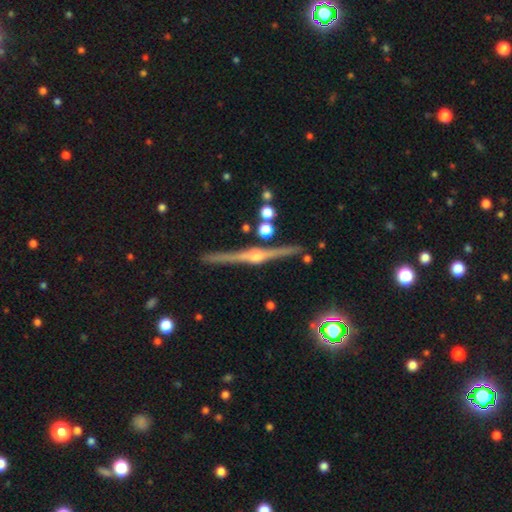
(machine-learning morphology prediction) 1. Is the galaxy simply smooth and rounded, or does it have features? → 88% featured or disk, 6% star or artifact, 6% smooth.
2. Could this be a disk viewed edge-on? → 98% yes, 2% no.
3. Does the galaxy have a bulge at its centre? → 91% rounded, 5% boxy, 3% none.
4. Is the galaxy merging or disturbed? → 90% none, 6% minor disturbance, 2% merger, 1% major disturbance.